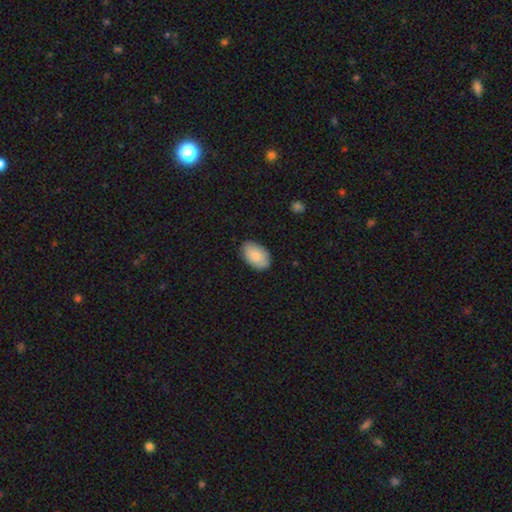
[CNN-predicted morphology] smooth_or_featured: smooth (p=0.84) [alt: featured or disk p=0.10]
how_rounded: in between (p=0.93) [alt: round p=0.06]
merging: none (p=0.84) [alt: minor disturbance p=0.13]